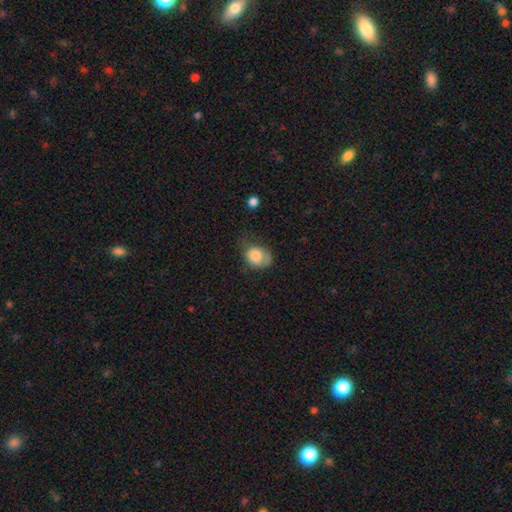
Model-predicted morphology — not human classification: A smooth galaxy with no disk features (79%) that is in between round and cigar-shaped (51%).

Vote fractions:
- Smooth or featured? smooth: 79% / featured or disk: 13% / star or artifact: 8%
- How rounded? in between: 51% / round: 48% / cigar-shaped: 1%
- Merging? none: 39% / minor disturbance: 35% / major disturbance: 24% / merger: 3%